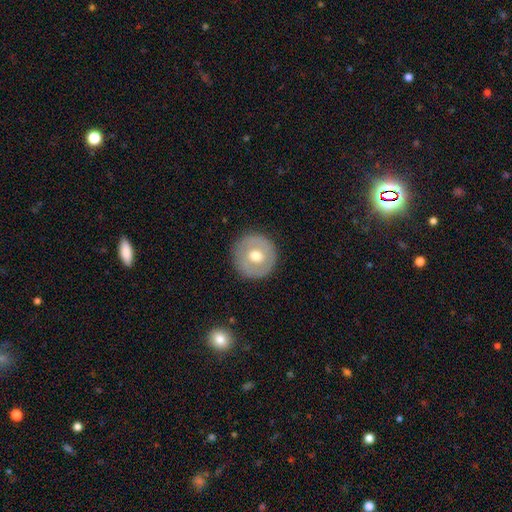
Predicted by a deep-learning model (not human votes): Q: Smooth or featured?
A: smooth (56%); runner-up: featured or disk (38%)
Q: How rounded?
A: round (95%); runner-up: in between (4%)
Q: Merging?
A: none (89%); runner-up: minor disturbance (7%)